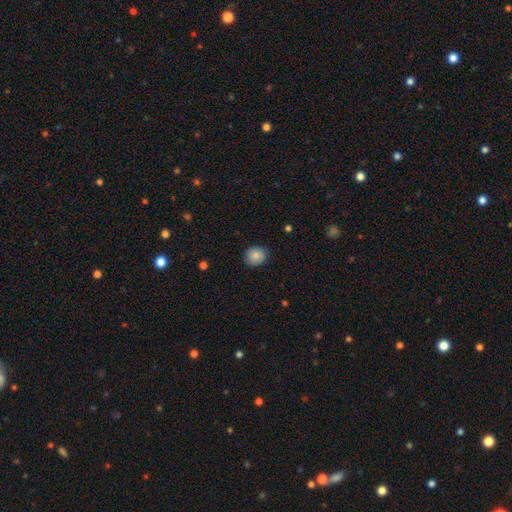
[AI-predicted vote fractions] Smooth or featured? smooth (83%)
How rounded? round (82%)
Merging? none (87%)